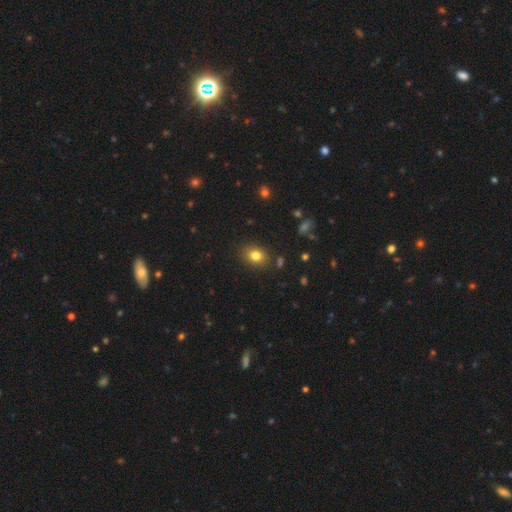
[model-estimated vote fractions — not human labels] Smooth or featured?
  - smooth: 80% *
  - star or artifact: 12%
  - featured or disk: 8%
How rounded?
  - in between: 51% *
  - round: 48%
  - cigar-shaped: 1%
Merging?
  - none: 85% *
  - minor disturbance: 10%
  - major disturbance: 3%
  - merger: 2%